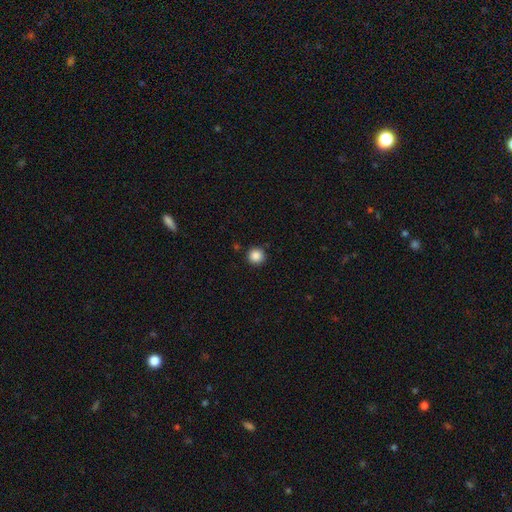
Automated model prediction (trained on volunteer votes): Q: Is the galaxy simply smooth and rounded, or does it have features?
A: smooth — 87%.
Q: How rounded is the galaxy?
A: round — 95%.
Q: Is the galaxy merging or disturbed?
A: none — 91%.